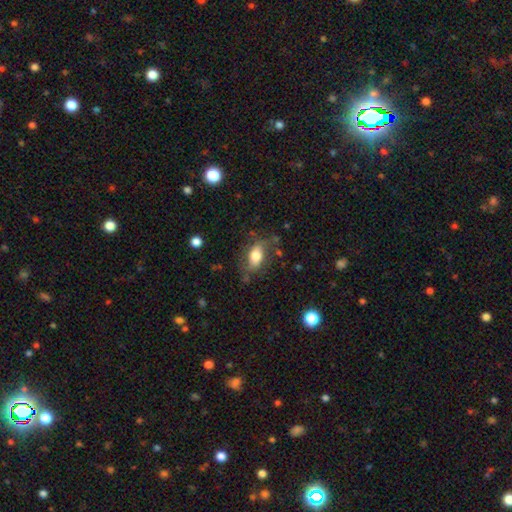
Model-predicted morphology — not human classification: smooth_or_featured: smooth (p=0.68) [alt: featured or disk p=0.24]
how_rounded: in between (p=0.86) [alt: round p=0.07]
merging: none (p=0.63) [alt: minor disturbance p=0.23]